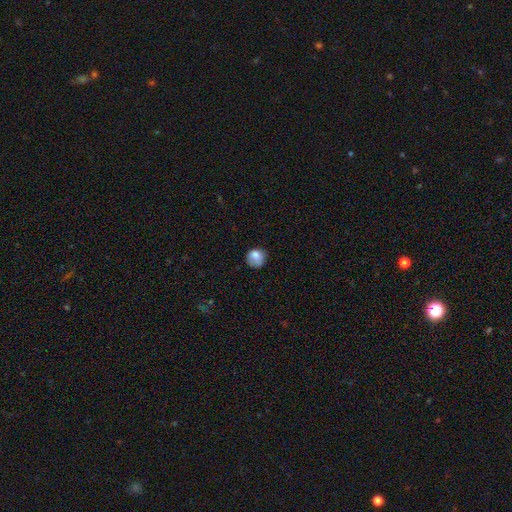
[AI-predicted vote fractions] Morphology: type=smooth (80%); roundness=round (79%); merging=none (58%).